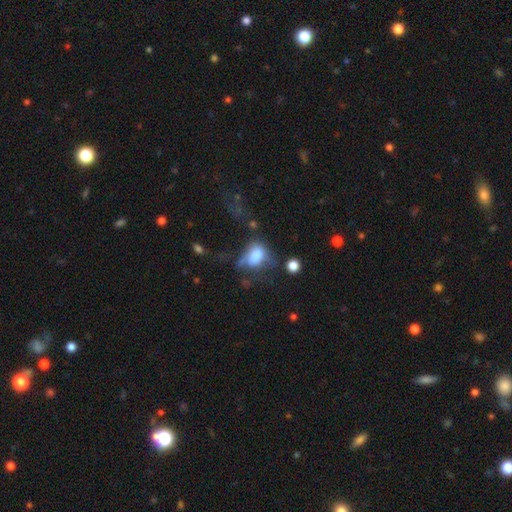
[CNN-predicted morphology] A smooth galaxy with no disk features (70%) that is in between round and cigar-shaped (77%).

Vote fractions:
- Smooth or featured? smooth: 70% / featured or disk: 19% / star or artifact: 10%
- How rounded? in between: 77% / round: 21% / cigar-shaped: 2%
- Merging? major disturbance: 42% / minor disturbance: 23% / none: 22% / merger: 13%